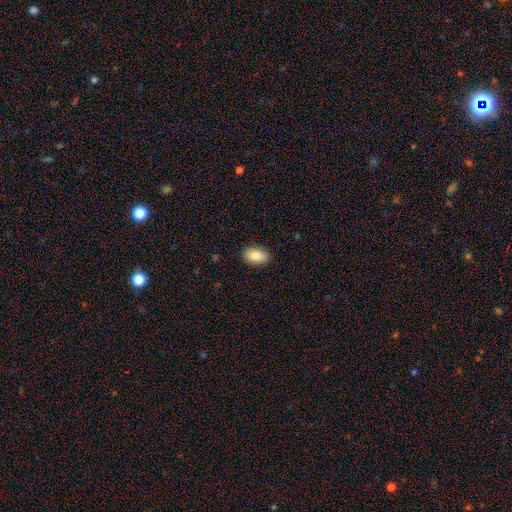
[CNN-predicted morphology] A smooth galaxy with no disk features (86%) that is in between round and cigar-shaped (91%). Merging: none (88%).